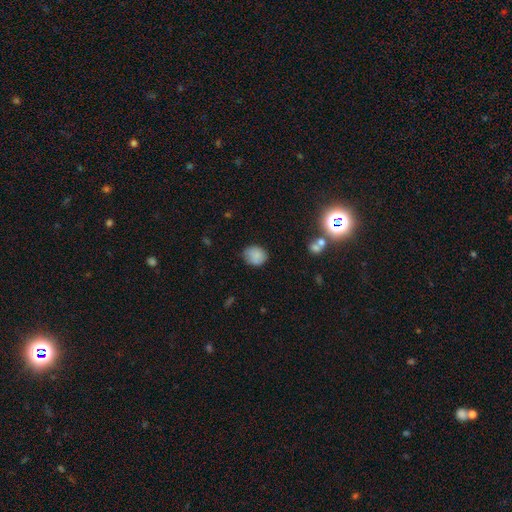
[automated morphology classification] Smooth or featured: smooth — 83% (star or artifact — 9%)
How rounded: round — 56% (in between — 43%)
Merging: none — 73% (minor disturbance — 21%)